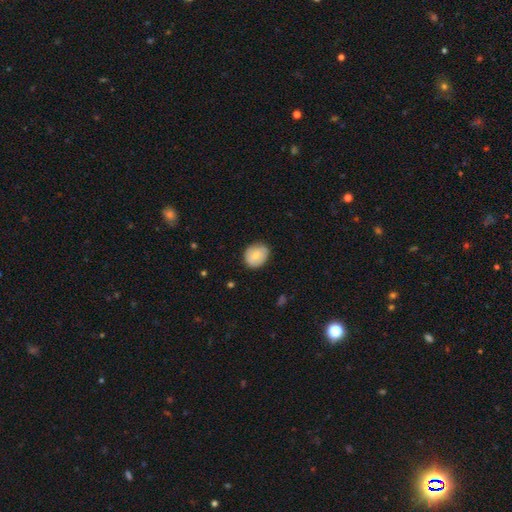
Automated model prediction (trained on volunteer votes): The model was most divided on "how rounded": round: 60%, in between: 39%, cigar-shaped: 1%. More confident: merging — none (79%); smooth or featured — smooth (69%).